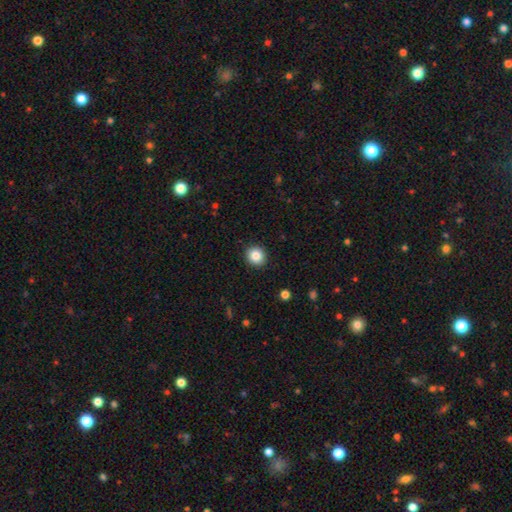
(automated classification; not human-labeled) Morphology: type=smooth (86%); roundness=round (86%); merging=none (92%).